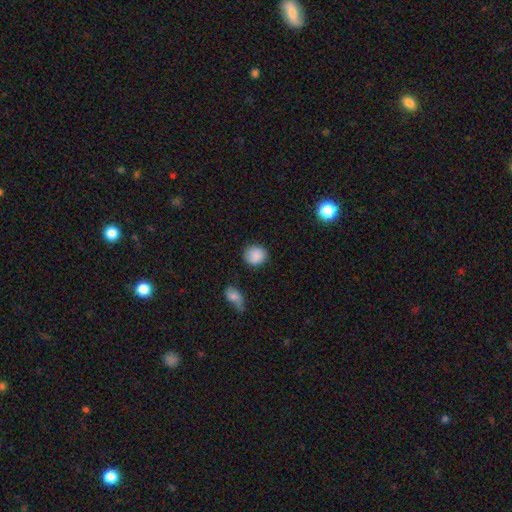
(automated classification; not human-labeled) This is clearly a smooth galaxy (87%). How rounded: clearly round (82%). Merging: clearly none (82%).